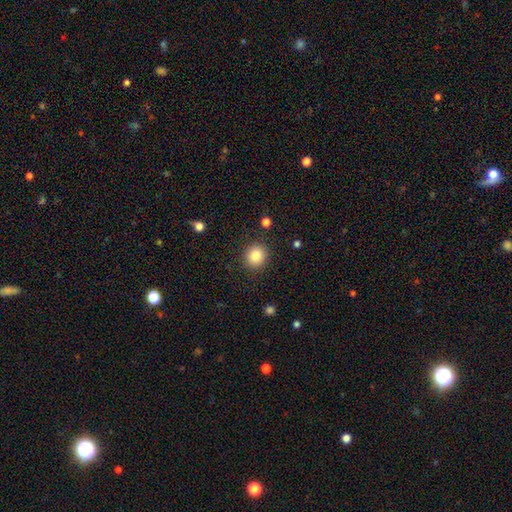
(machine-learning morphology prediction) Smooth or featured: smooth — 84% (star or artifact — 10%)
How rounded: round — 86% (in between — 13%)
Merging: none — 90% (minor disturbance — 7%)